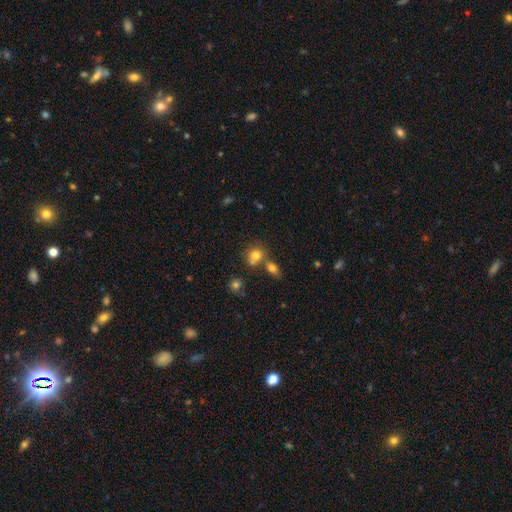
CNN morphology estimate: Overall: smooth (75%). How rounded: round (71%). Merging: none (51%; merger 35%).